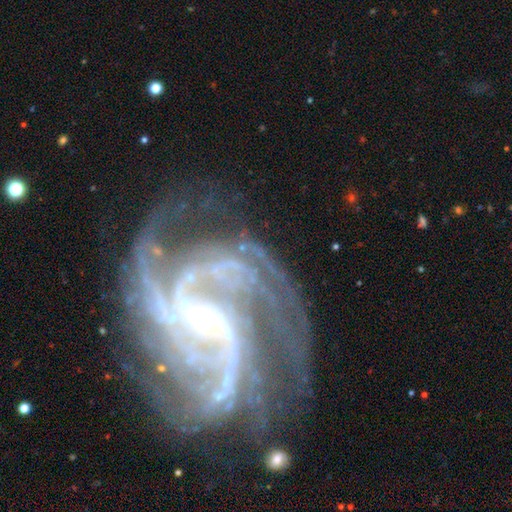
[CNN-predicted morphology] This is clearly a featured or disk galaxy (90%). It is clearly not viewed edge-on (98%). Bar: marginally no (34%). Spiral arm pattern: clearly yes (98%). Spiral arm count: marginally 2 (31%). Spiral winding: possibly medium (47%). Central bulge: likely small (79%). Merging: possibly none (57%).